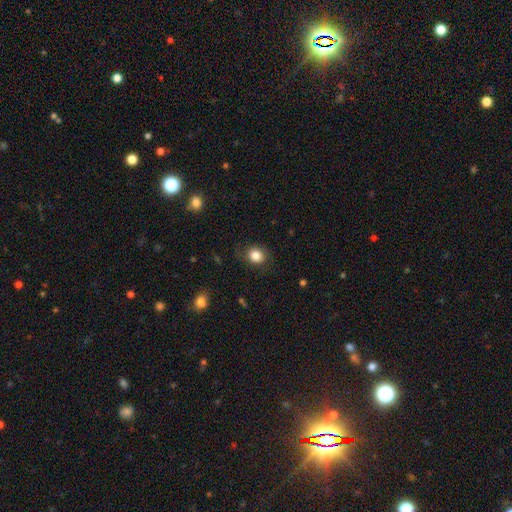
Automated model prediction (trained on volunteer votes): This is clearly a smooth galaxy (84%). How rounded: likely round (65%). Merging: likely none (80%).